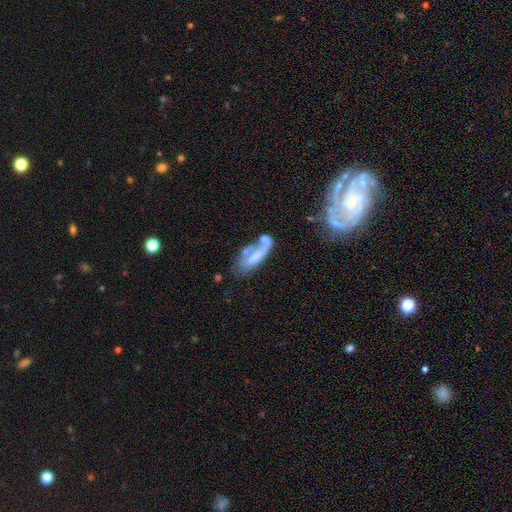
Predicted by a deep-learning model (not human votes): Morphology: type=featured or disk (47%); merging=merger (29%).